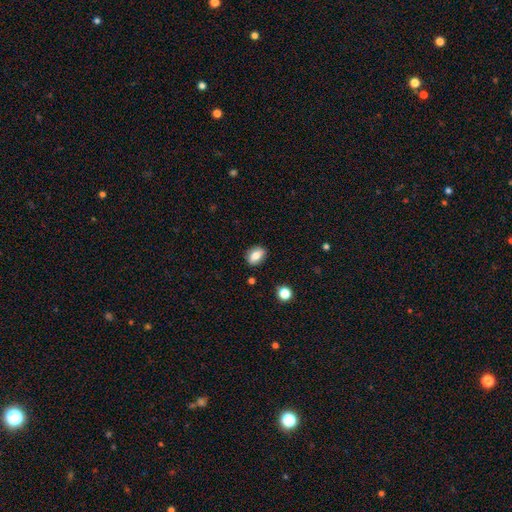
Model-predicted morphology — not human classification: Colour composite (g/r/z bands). It shows a smooth galaxy with no disk features (75%) that is in between round and cigar-shaped (77%). Merging: none (84%).